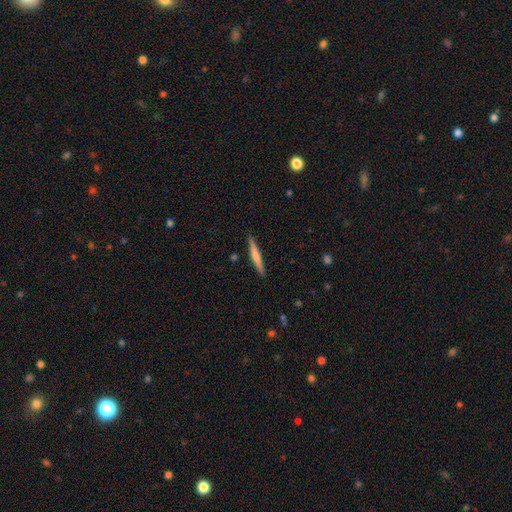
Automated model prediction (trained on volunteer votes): The model was most divided on "smooth or featured": smooth: 55%, featured or disk: 39%, star or artifact: 5%. More confident: how rounded — cigar-shaped (95%); merging — none (90%).